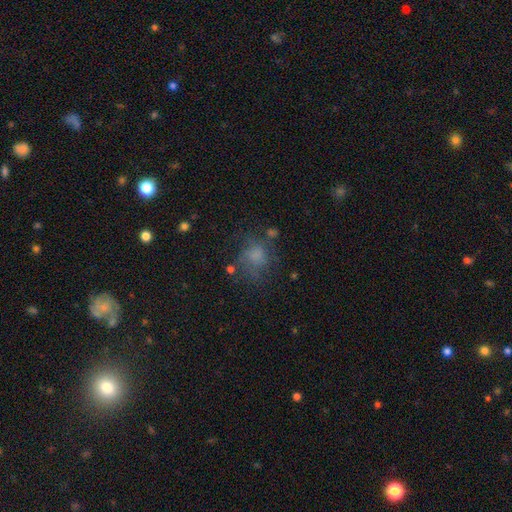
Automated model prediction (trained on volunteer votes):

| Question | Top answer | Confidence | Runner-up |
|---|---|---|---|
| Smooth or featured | smooth | 61% | featured or disk (22%) |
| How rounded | round | 66% | in between (33%) |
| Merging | none | 50% | major disturbance (22%) |